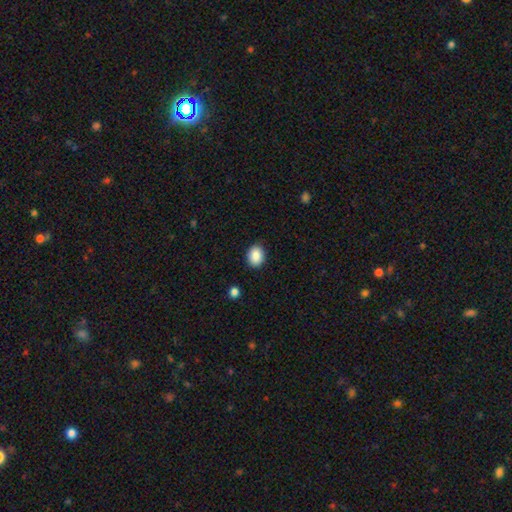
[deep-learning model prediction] smooth_or_featured: smooth (p=0.88) [alt: star or artifact p=0.08]
how_rounded: in between (p=0.56) [alt: round p=0.43]
merging: none (p=0.89) [alt: minor disturbance p=0.08]